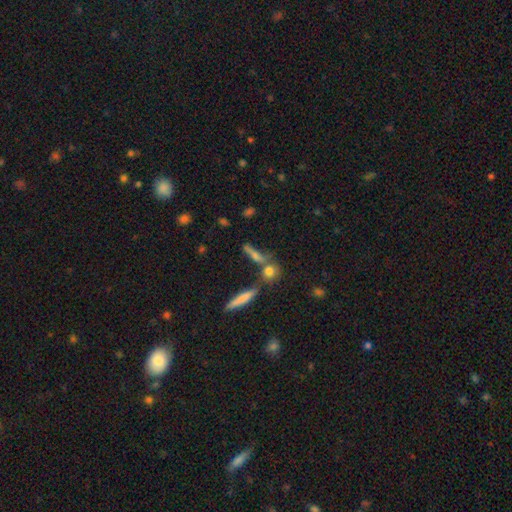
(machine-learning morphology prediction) This is possibly a smooth galaxy (54%). How rounded: possibly cigar-shaped (49%). Merging: possibly none (60%).